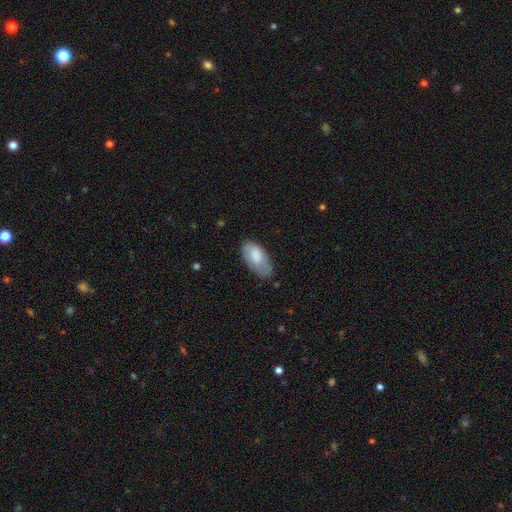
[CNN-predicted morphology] Overall: smooth (75%). How rounded: in between (94%). Merging: none (58%; minor disturbance 30%).